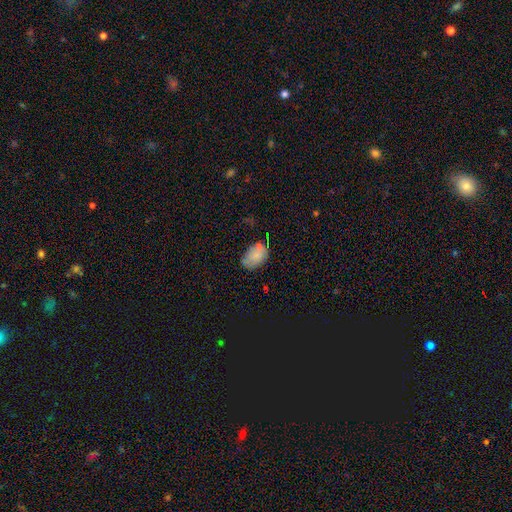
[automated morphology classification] smooth_or_featured: smooth (p=0.77) [alt: featured or disk p=0.13]
how_rounded: in between (p=0.88) [alt: round p=0.11]
merging: none (p=0.58) [alt: minor disturbance p=0.26]